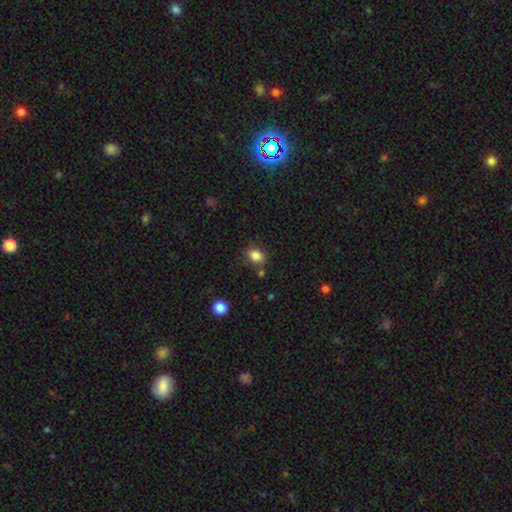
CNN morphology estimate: Overall: smooth (84%). How rounded: in between (68%; round 31%). Merging: none (77%).